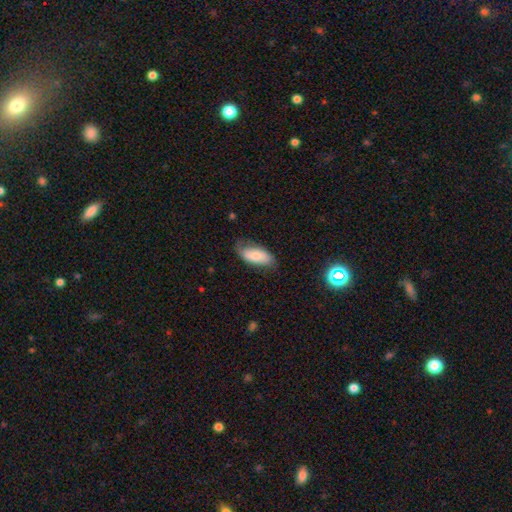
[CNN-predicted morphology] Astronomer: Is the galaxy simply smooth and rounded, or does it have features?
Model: smooth — 69%.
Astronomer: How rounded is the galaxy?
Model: in between — 89%.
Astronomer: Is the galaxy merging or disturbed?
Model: none — 62%.